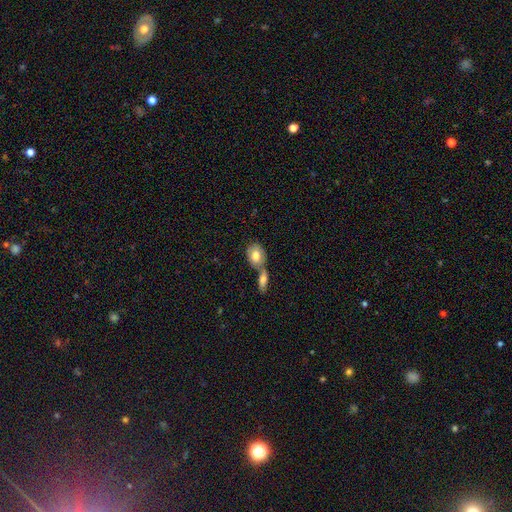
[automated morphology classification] The model was most divided on "merging": merger: 51%, none: 37%, minor disturbance: 9%, major disturbance: 4%. More confident: smooth or featured — smooth (75%); how rounded — in between (69%).